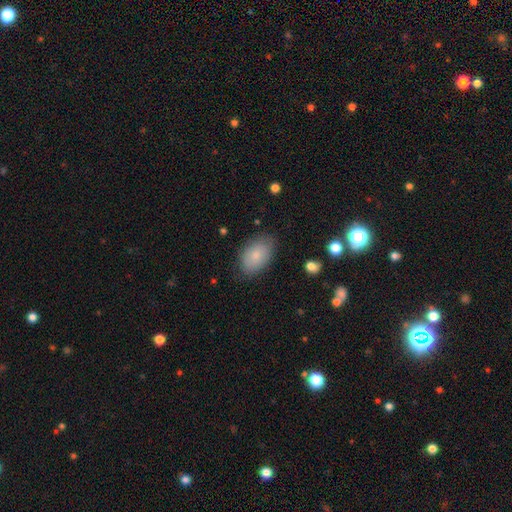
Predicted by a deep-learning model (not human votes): A smooth galaxy with no disk features (82%) that is in between round and cigar-shaped (91%).

Vote fractions:
- Smooth or featured? smooth: 82% / featured or disk: 11% / star or artifact: 7%
- How rounded? in between: 91% / round: 8% / cigar-shaped: 1%
- Merging? none: 79% / minor disturbance: 16% / major disturbance: 4% / merger: 1%